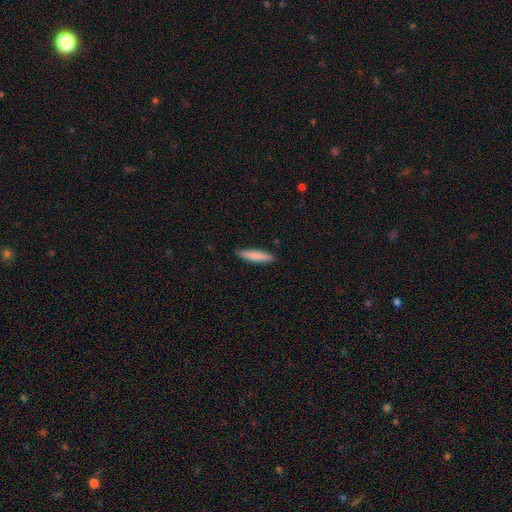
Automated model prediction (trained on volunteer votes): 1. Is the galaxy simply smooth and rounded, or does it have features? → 83% smooth, 11% featured or disk, 6% star or artifact.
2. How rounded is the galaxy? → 84% cigar-shaped, 15% in between, 1% round.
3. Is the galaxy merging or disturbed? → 89% none, 9% minor disturbance, 2% major disturbance, 1% merger.